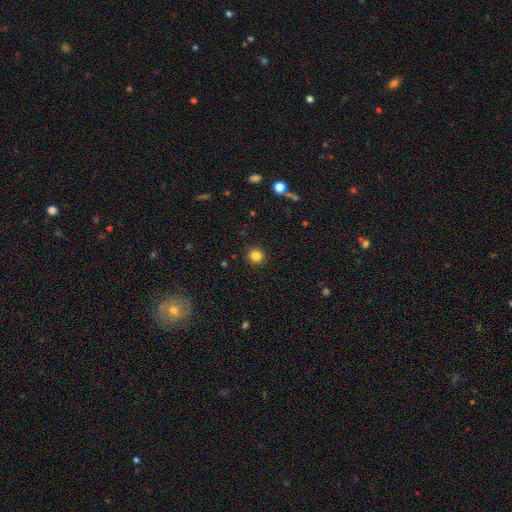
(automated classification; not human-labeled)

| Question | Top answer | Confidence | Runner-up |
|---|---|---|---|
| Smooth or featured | smooth | 83% | star or artifact (12%) |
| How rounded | round | 92% | in between (7%) |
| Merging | none | 92% | minor disturbance (5%) |